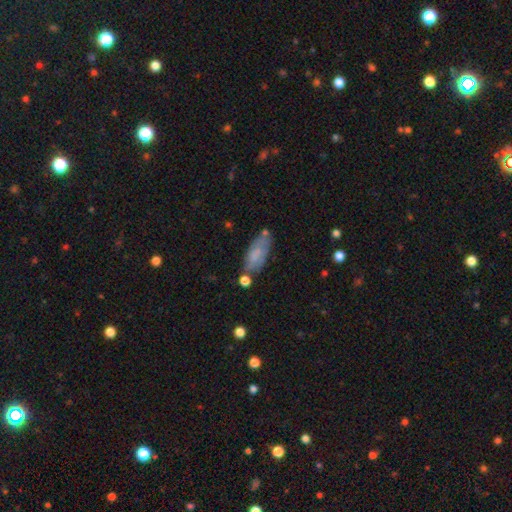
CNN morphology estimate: This appears to be a smooth galaxy with no disk features (68%) that is in between round and cigar-shaped (80%). Merging: none (53%).